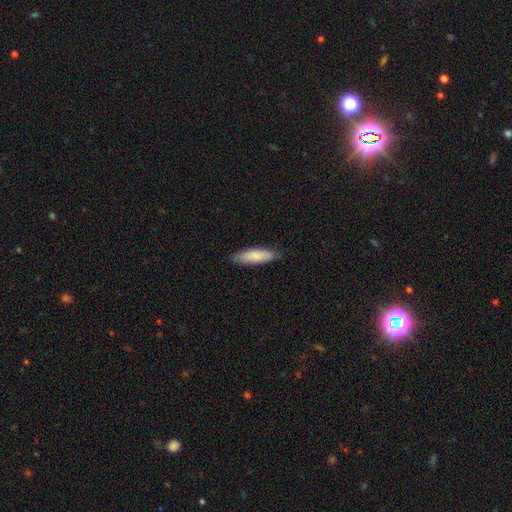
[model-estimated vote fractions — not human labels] This appears to be a smooth galaxy with no disk features (84%) that is in between round and cigar-shaped (53%). Merging: none (83%).